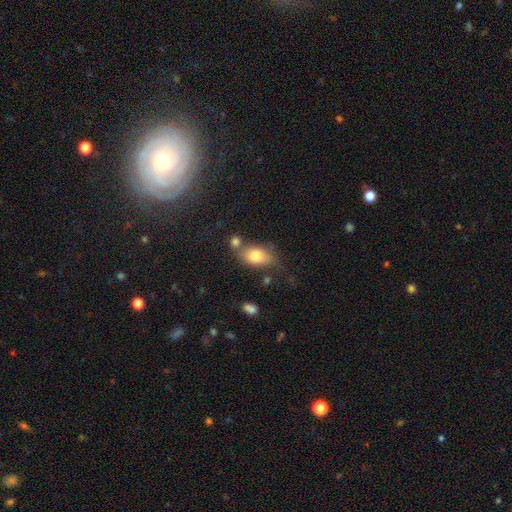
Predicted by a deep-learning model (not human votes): A smooth galaxy with no disk features (78%) that is in between round and cigar-shaped (87%). Merging: none (52%).